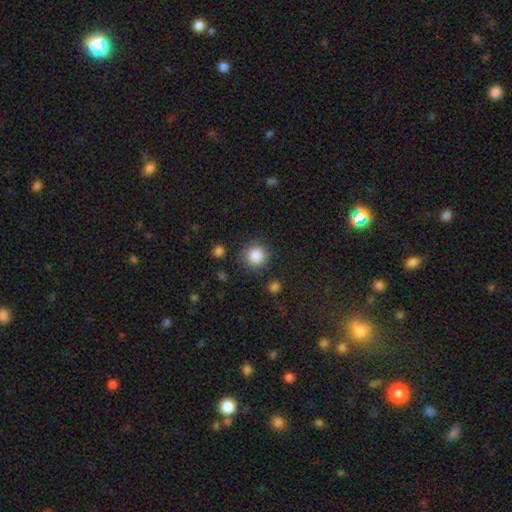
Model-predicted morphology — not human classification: smooth_or_featured: smooth (p=0.86) [alt: star or artifact p=0.10]
how_rounded: round (p=0.92) [alt: in between p=0.07]
merging: none (p=0.83) [alt: minor disturbance p=0.10]